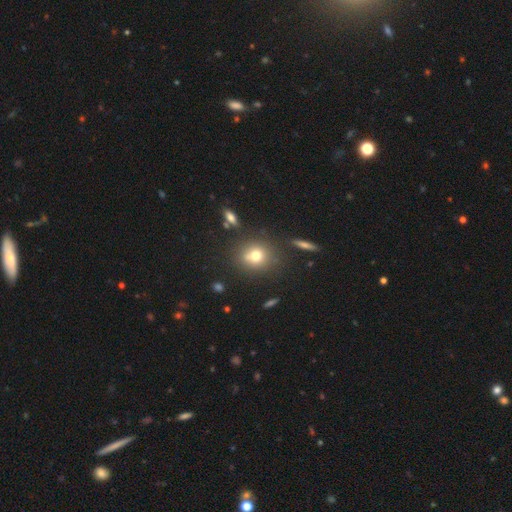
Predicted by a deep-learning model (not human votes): This is likely a smooth galaxy (72%). How rounded: likely round (78%). Merging: likely none (75%).